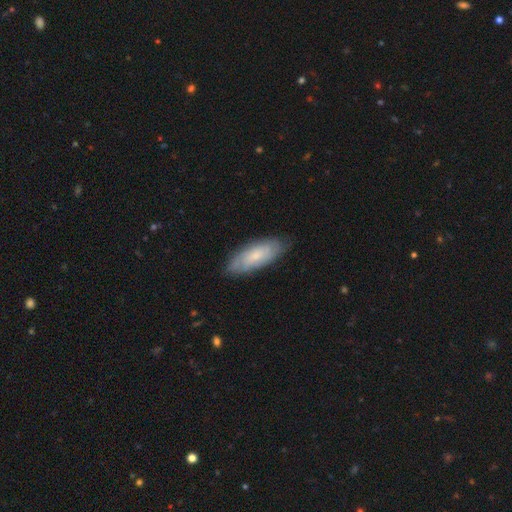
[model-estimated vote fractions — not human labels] Morphology: type=smooth (53%); roundness=in between (72%); merging=none (79%).